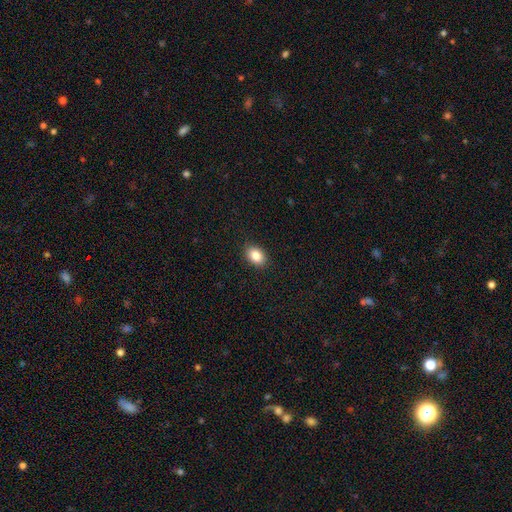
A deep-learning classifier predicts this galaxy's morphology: type=smooth (85%); roundness=in between (79%); merging=none (89%).